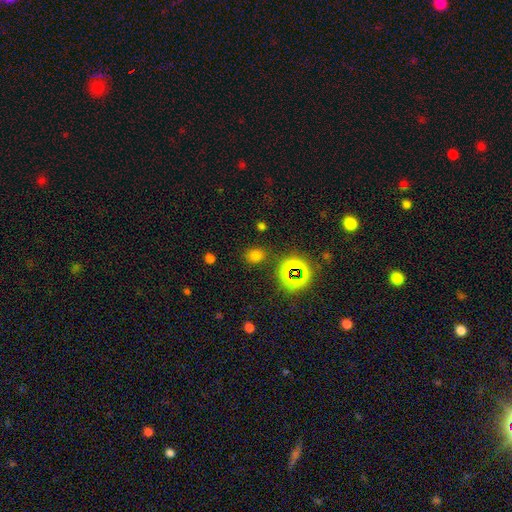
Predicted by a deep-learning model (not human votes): Smooth or featured?
  - smooth: 66% *
  - star or artifact: 28%
  - featured or disk: 6%
How rounded?
  - round: 54% *
  - in between: 45%
  - cigar-shaped: 1%
Merging?
  - none: 82% *
  - minor disturbance: 10%
  - merger: 4%
  - major disturbance: 4%